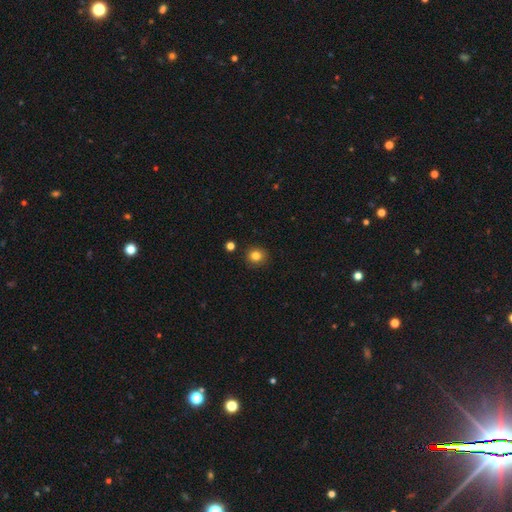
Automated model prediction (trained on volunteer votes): This appears to be a smooth galaxy with no disk features (83%) that is round (86%). Merging: none (88%).